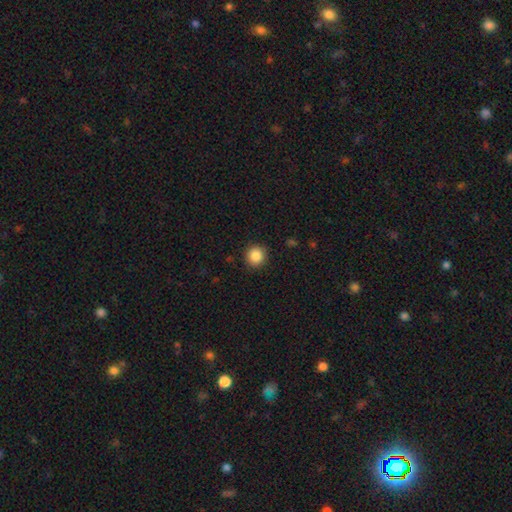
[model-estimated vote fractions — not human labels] Q: Smooth or featured?
A: smooth (87%); runner-up: star or artifact (10%)
Q: How rounded?
A: round (92%); runner-up: in between (7%)
Q: Merging?
A: none (90%); runner-up: minor disturbance (7%)